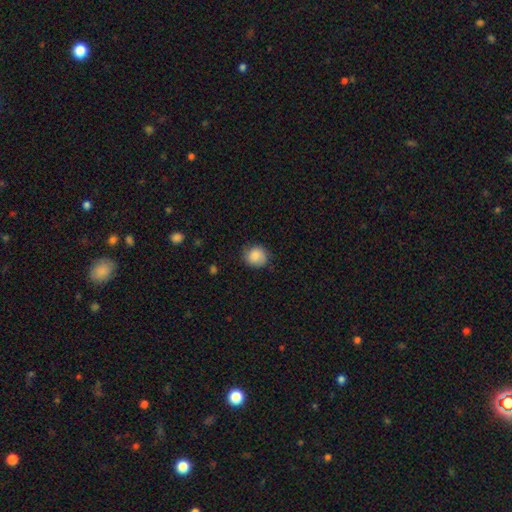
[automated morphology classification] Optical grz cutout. It shows a smooth galaxy with no disk features (84%) that is round (83%). Merging: none (80%).